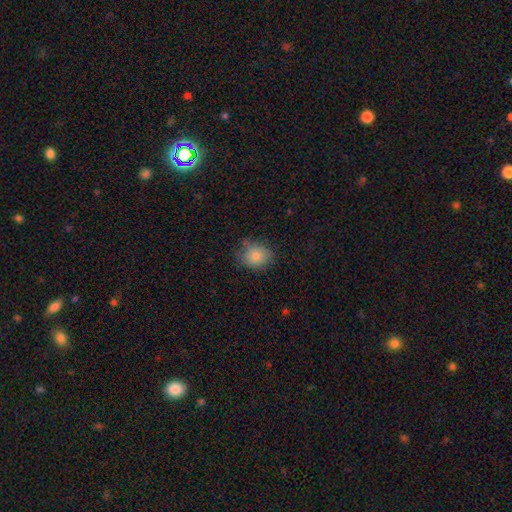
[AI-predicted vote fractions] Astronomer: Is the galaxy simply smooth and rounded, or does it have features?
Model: smooth — 80%.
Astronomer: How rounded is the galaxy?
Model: round — 69%.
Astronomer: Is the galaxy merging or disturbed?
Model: none — 71%.